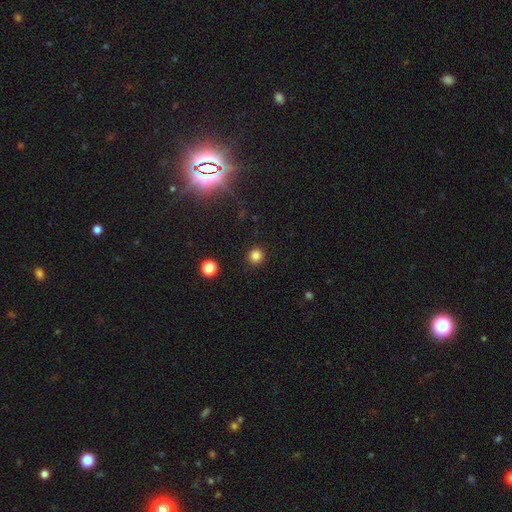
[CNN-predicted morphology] A smooth galaxy with no disk features (82%) that is round (94%).

Vote fractions:
- Smooth or featured? smooth: 82% / star or artifact: 14% / featured or disk: 4%
- How rounded? round: 94% / in between: 5% / cigar-shaped: 1%
- Merging? none: 92% / minor disturbance: 5% / major disturbance: 2% / merger: 1%